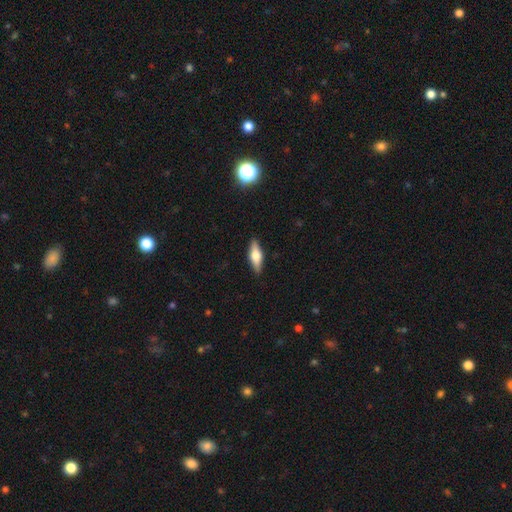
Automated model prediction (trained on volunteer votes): Morphology: type=smooth (48%); merging=none (89%).